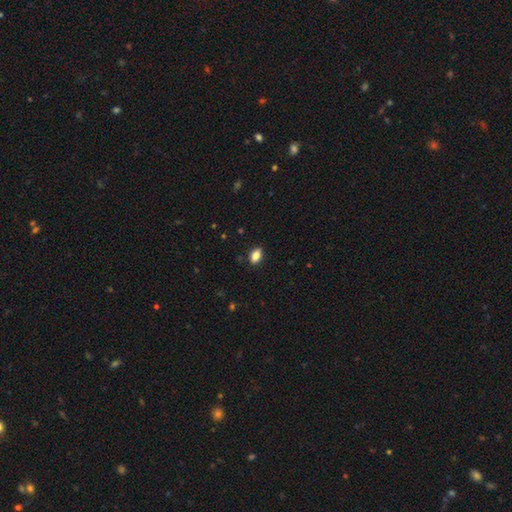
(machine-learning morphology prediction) Smooth or featured? Predicted: smooth (p=0.86). How rounded? Predicted: in between (p=0.89). Merging? Predicted: none (p=0.88).